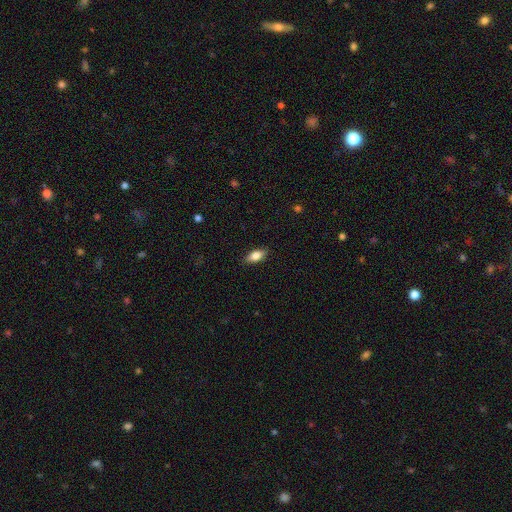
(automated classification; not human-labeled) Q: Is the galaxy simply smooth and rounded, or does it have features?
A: smooth — 81%.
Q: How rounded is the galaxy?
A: in between — 86%.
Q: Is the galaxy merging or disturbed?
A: none — 87%.